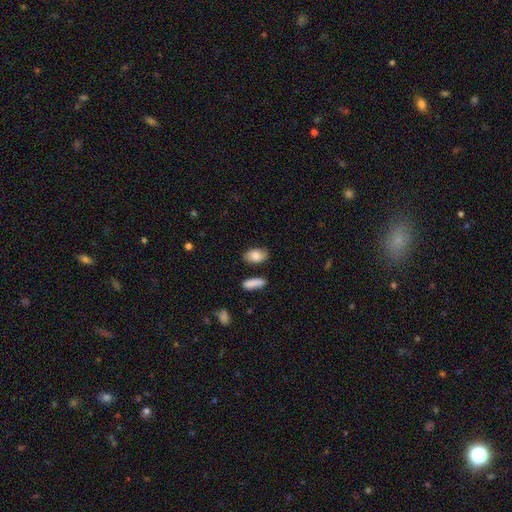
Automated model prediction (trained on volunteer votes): smooth-or-featured: smooth: 84% | featured or disk: 10% | star or artifact: 7%
  how-rounded: in between: 91% | round: 7% | cigar-shaped: 3%
  merging: none: 80% | minor disturbance: 13% | merger: 4% | major disturbance: 3%